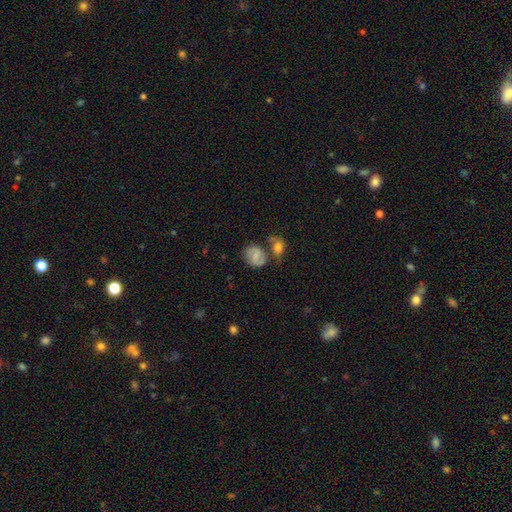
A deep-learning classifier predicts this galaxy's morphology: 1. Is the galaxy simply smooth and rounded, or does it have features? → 54% smooth, 38% featured or disk, 9% star or artifact.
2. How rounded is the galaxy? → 54% round, 45% in between, 1% cigar-shaped.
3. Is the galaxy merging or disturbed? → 48% none, 27% merger, 17% minor disturbance, 8% major disturbance.